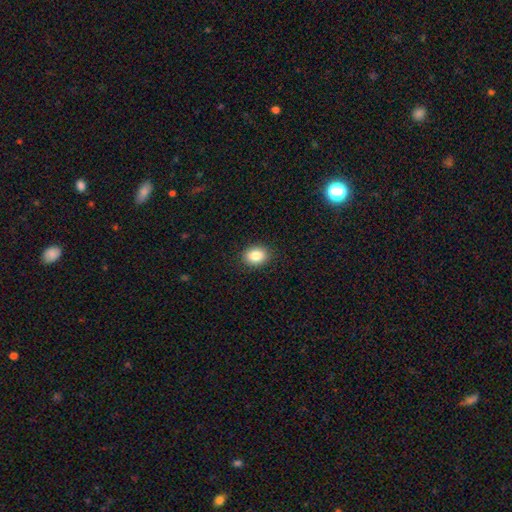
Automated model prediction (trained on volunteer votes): Smooth or featured? smooth (86%)
How rounded? in between (59%)
Merging? none (89%)